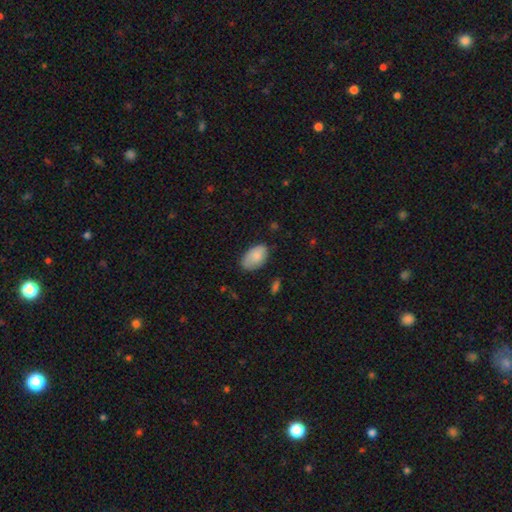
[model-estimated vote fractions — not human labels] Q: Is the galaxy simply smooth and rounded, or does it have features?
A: smooth — 83%.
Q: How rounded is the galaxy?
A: in between — 93%.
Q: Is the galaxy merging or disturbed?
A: none — 68%.